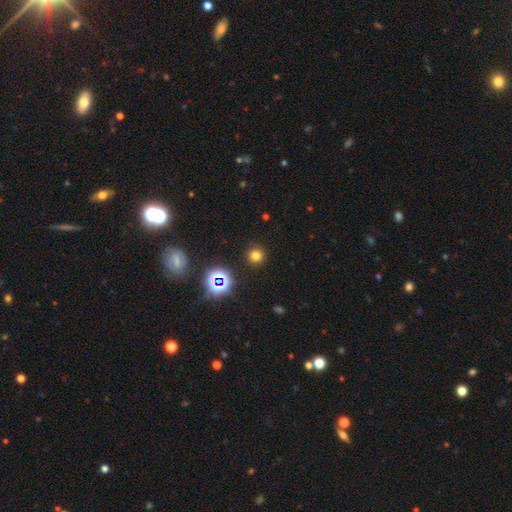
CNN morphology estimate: type=smooth (71%); roundness=round (94%); merging=none (91%).